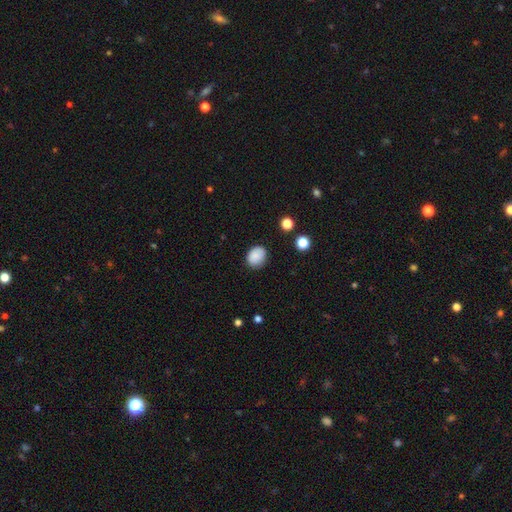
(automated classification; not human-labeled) smooth-or-featured: smooth: 87% | star or artifact: 9% | featured or disk: 4%
  how-rounded: round: 51% | in between: 48% | cigar-shaped: 1%
  merging: none: 82% | minor disturbance: 14% | major disturbance: 3% | merger: 1%